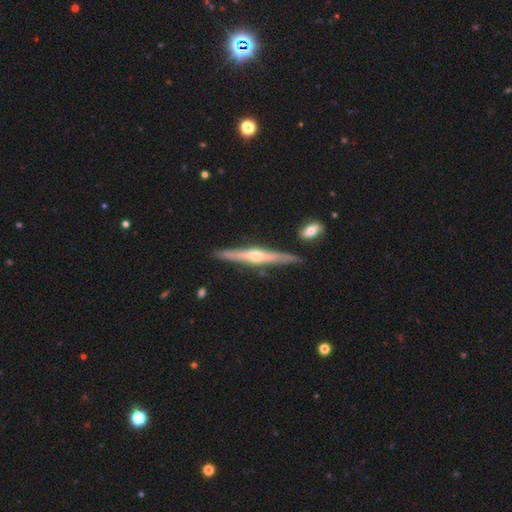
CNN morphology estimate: Smooth or featured?
  - featured or disk: 75% *
  - smooth: 20%
  - star or artifact: 6%
Edge-on disk?
  - yes: 97% *
  - no: 3%
Edge-on bulge?
  - rounded: 88% *
  - none: 7%
  - boxy: 4%
Merging?
  - none: 86% *
  - minor disturbance: 9%
  - merger: 3%
  - major disturbance: 2%